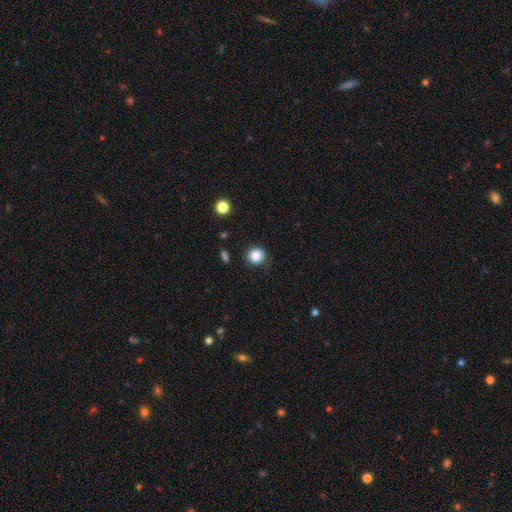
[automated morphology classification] smooth_or_featured: smooth (p=0.86) [alt: star or artifact p=0.10]
how_rounded: round (p=0.91) [alt: in between p=0.08]
merging: none (p=0.82) [alt: minor disturbance p=0.13]